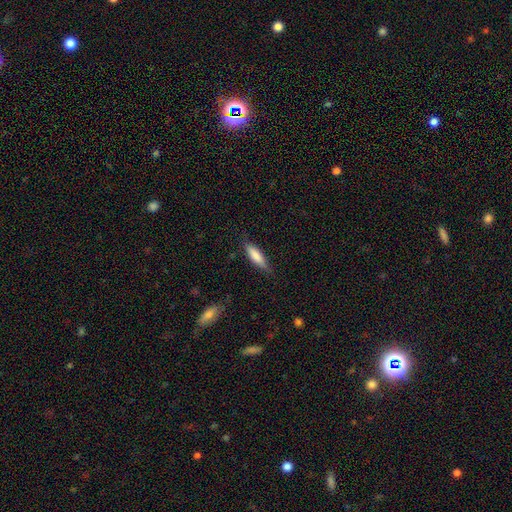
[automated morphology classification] A smooth galaxy with no disk features (78%) that is cigar-shaped (61%).

Vote fractions:
- Smooth or featured? smooth: 78% / featured or disk: 17% / star or artifact: 6%
- How rounded? cigar-shaped: 61% / in between: 38% / round: 2%
- Merging? none: 77% / minor disturbance: 18% / major disturbance: 4% / merger: 1%